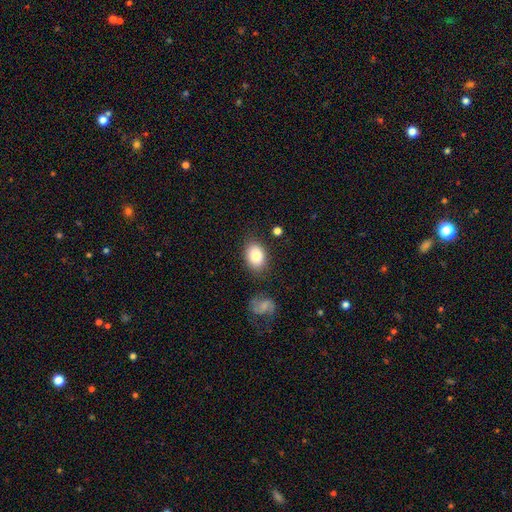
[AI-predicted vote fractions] Smooth or featured? smooth (81%)
How rounded? in between (75%)
Merging? none (79%)